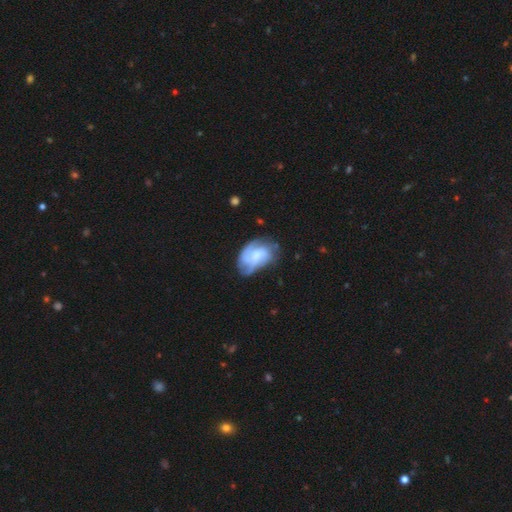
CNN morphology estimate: A featured or disk galaxy (67%) with no bar (64%), 2 (28%, tied with can't tell and 3) medium (41%) spiral arms (85%) and a moderate central bulge (32%). Merging: none (48%).